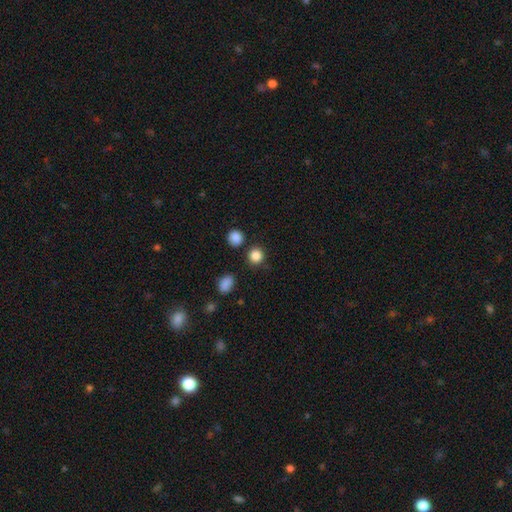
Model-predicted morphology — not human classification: This is clearly a smooth galaxy (85%). How rounded: clearly round (91%). Merging: clearly none (83%).